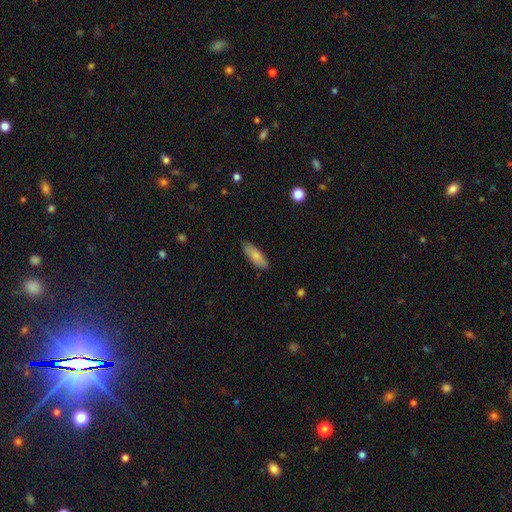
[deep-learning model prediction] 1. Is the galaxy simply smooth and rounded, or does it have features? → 82% smooth, 12% featured or disk, 6% star or artifact.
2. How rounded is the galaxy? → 64% in between, 35% cigar-shaped, 2% round.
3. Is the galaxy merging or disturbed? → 86% none, 11% minor disturbance, 2% major disturbance, 1% merger.